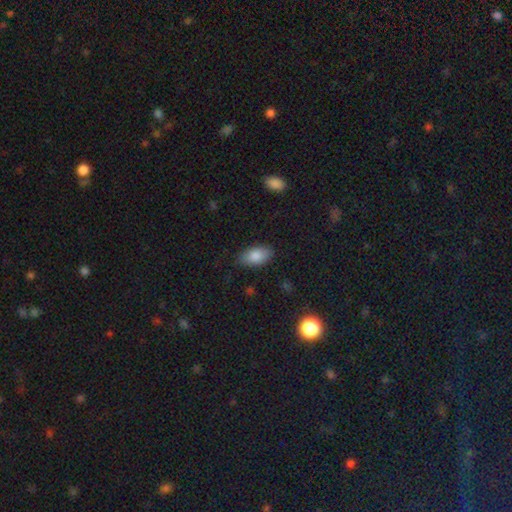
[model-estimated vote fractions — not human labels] smooth_or_featured: smooth (p=0.85) [alt: featured or disk p=0.08]
how_rounded: in between (p=0.93) [alt: round p=0.04]
merging: none (p=0.82) [alt: minor disturbance p=0.14]